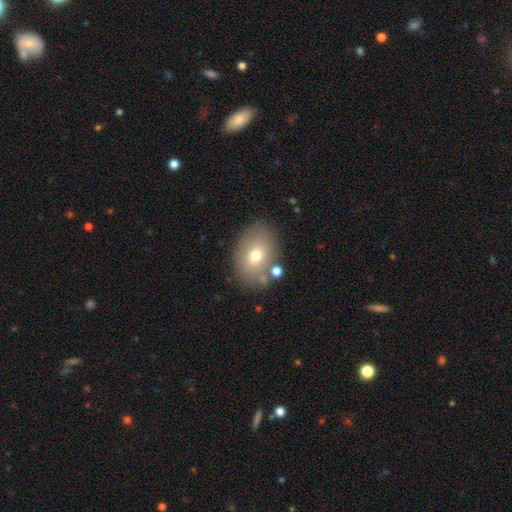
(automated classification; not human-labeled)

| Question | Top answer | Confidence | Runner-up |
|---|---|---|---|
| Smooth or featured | smooth | 70% | featured or disk (19%) |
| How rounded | in between | 75% | round (24%) |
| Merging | none | 75% | minor disturbance (14%) |